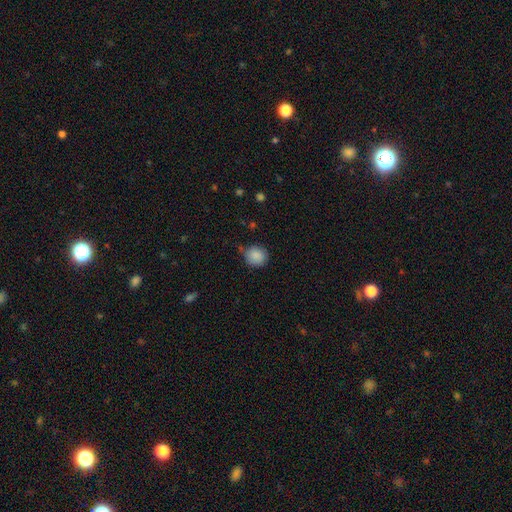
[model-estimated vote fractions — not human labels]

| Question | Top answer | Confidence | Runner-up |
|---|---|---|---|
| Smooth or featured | smooth | 88% | star or artifact (8%) |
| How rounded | round | 83% | in between (16%) |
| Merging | none | 77% | minor disturbance (17%) |